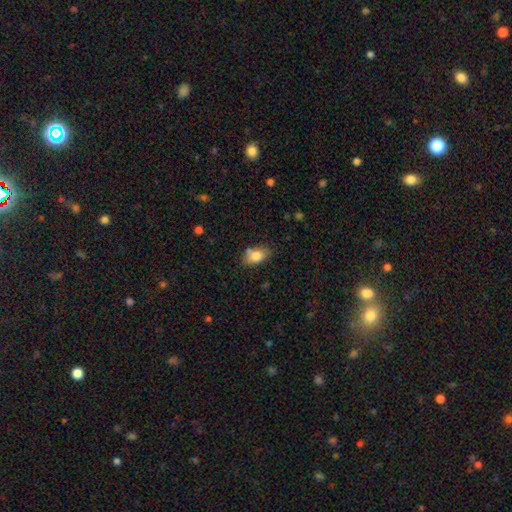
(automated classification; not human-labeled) smooth-or-featured: smooth: 81% | featured or disk: 11% | star or artifact: 8%
  how-rounded: in between: 88% | round: 9% | cigar-shaped: 3%
  merging: none: 69% | minor disturbance: 19% | merger: 8% | major disturbance: 4%